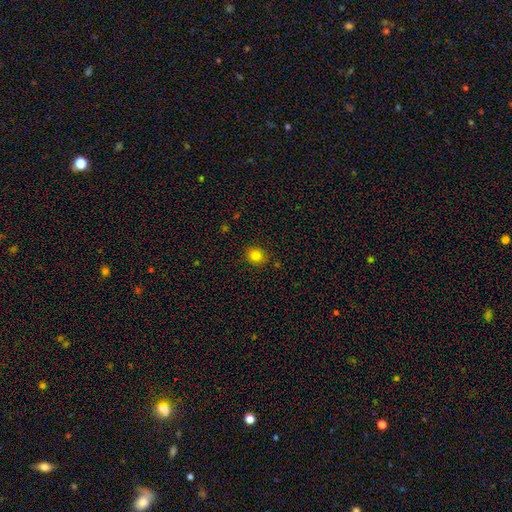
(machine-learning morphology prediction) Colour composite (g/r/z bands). It shows a smooth galaxy with no disk features (82%) that is round (73%). Merging: none (87%).